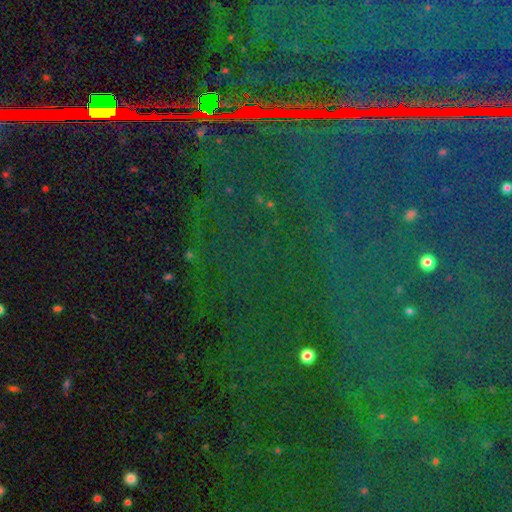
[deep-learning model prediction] This is clearly a star or artifact rather than a galaxy (86%).